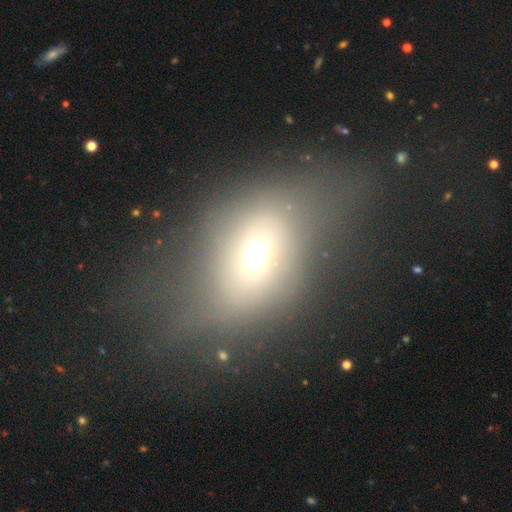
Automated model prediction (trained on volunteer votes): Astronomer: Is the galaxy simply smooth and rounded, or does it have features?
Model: smooth — 60%.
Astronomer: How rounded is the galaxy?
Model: in between — 61%.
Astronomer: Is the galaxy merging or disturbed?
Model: none — 54%.